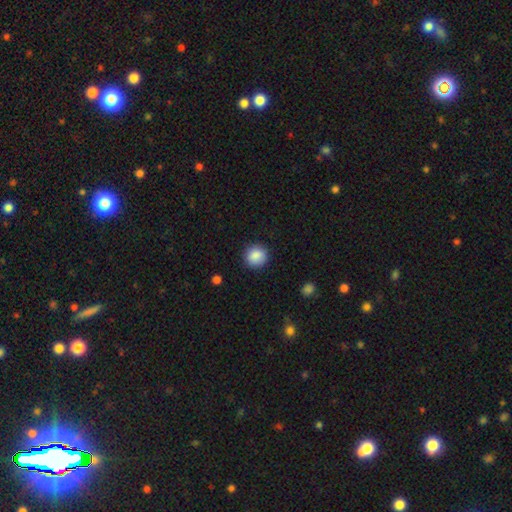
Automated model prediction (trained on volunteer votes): Smooth or featured? Predicted: smooth (p=0.88). How rounded? Predicted: round (p=0.91). Merging? Predicted: none (p=0.90).